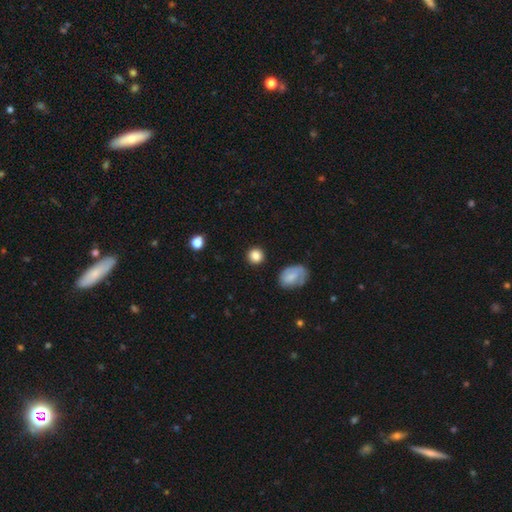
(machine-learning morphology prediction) Smooth or featured?
  - smooth: 85% *
  - star or artifact: 9%
  - featured or disk: 6%
How rounded?
  - round: 90% *
  - in between: 9%
  - cigar-shaped: 1%
Merging?
  - none: 88% *
  - minor disturbance: 7%
  - major disturbance: 2%
  - merger: 2%